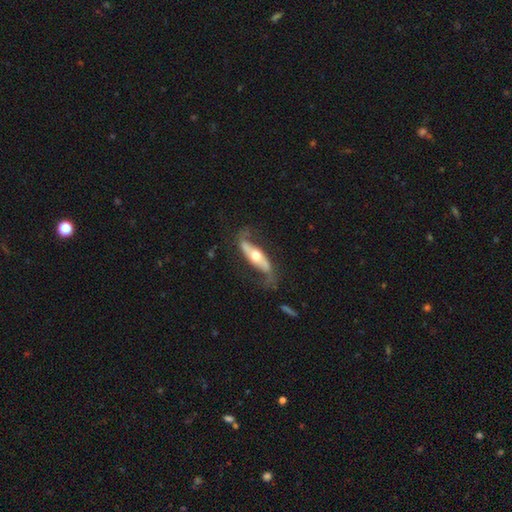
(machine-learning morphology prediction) smooth_or_featured: featured or disk (p=0.78) [alt: smooth p=0.17]
disk_edge_on: no (p=0.71) [alt: yes p=0.29]
bar: no (p=0.47) [alt: strong p=0.31]
has_spiral_arms: yes (p=0.87) [alt: no p=0.13]
bulge_size: moderate (p=0.70) [alt: small p=0.15]
merging: none (p=0.63) [alt: minor disturbance p=0.20]